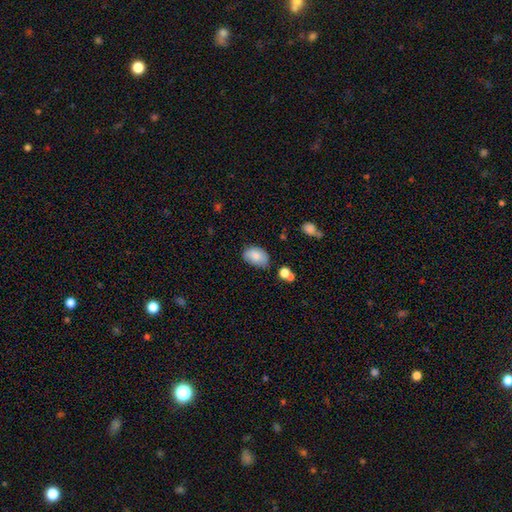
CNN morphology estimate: Smooth or featured: smooth — 81% (featured or disk — 10%)
How rounded: in between — 86% (round — 13%)
Merging: none — 60% (minor disturbance — 30%)